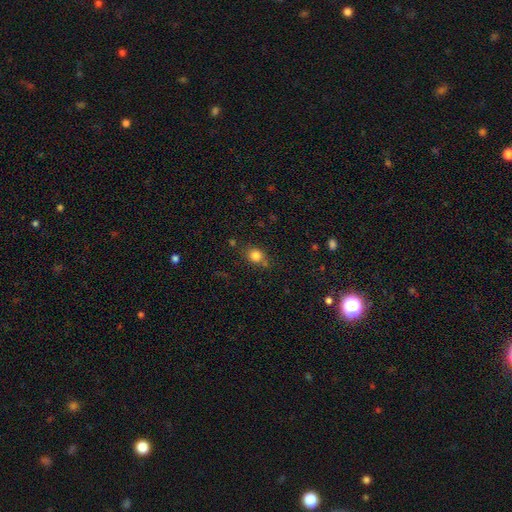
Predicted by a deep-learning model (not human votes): smooth 82%, star or artifact 12%, featured or disk 7%. Down the decision tree: how rounded — round (59%); merging — none (72%).